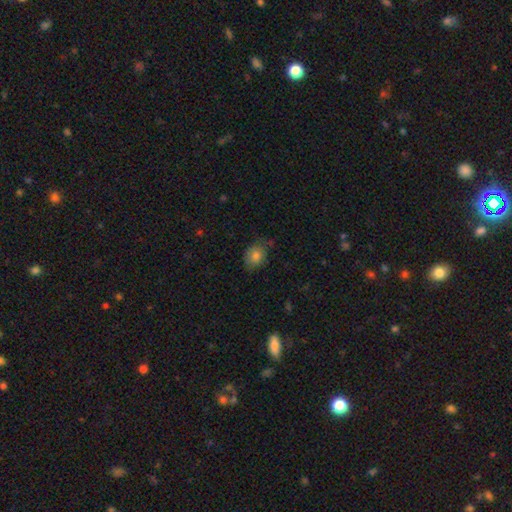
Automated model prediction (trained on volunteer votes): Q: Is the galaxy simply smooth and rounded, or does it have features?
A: smooth — 80%.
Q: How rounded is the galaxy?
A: in between — 54%.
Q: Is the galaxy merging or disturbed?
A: none — 68%.